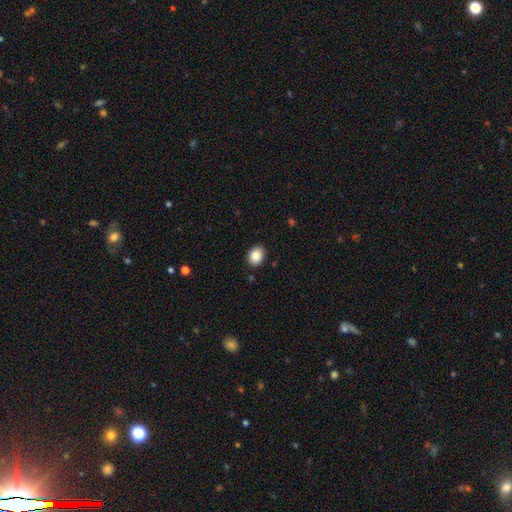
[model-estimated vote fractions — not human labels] This is clearly a smooth galaxy (87%). How rounded: possibly in between (57%). Merging: clearly none (88%).